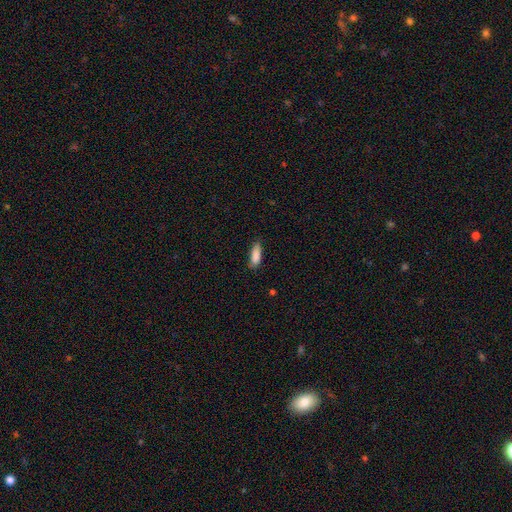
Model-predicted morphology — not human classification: Smooth or featured: smooth — 87% (star or artifact — 7%)
How rounded: in between — 54% (cigar-shaped — 44%)
Merging: none — 75% (minor disturbance — 20%)